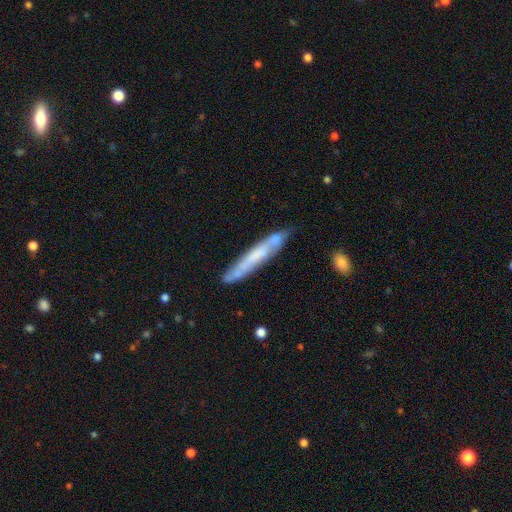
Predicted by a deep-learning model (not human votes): smooth-or-featured: featured or disk: 48% | smooth: 45% | star or artifact: 7%
  merging: none: 71% | minor disturbance: 19% | merger: 6% | major disturbance: 4%